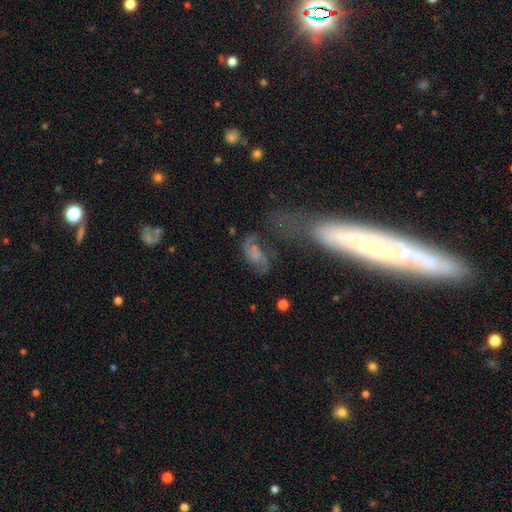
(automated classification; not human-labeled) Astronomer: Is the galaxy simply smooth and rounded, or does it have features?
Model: featured or disk — 69%.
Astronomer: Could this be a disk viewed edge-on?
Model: no — 96%.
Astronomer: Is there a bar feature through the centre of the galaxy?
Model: no — 55% (runner-up: weak, 36%).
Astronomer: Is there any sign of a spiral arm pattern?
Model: yes — 89%.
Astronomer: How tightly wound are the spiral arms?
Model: loose — 44% (runner-up: medium, 40%).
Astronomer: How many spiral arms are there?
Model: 2 — 83%.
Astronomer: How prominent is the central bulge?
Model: none — 42% (runner-up: small, 31%).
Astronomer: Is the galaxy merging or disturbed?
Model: none — 43% (runner-up: major disturbance, 21%).